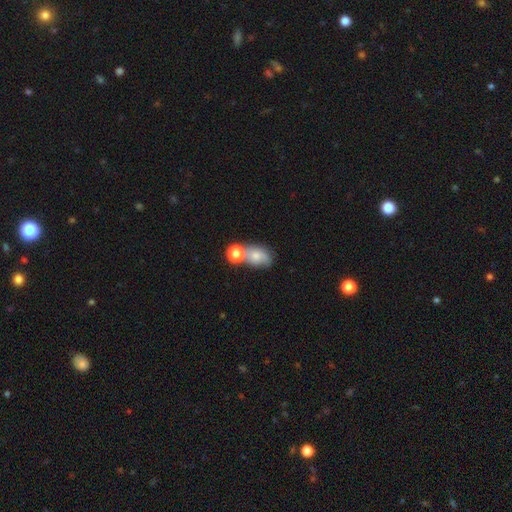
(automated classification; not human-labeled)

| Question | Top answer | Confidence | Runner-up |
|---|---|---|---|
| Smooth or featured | smooth | 64% | featured or disk (24%) |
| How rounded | in between | 67% | round (30%) |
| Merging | merger | 39% | none (36%) |